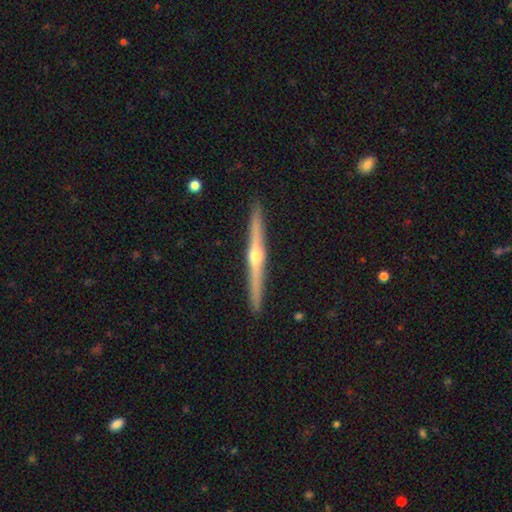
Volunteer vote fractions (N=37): Smooth or featured: featured or disk — 84% (smooth — 14%)
Edge-on disk: yes — 100%
Edge-on bulge: rounded — 87% (none — 13%)
Merging: none — 92% (minor disturbance — 8%)